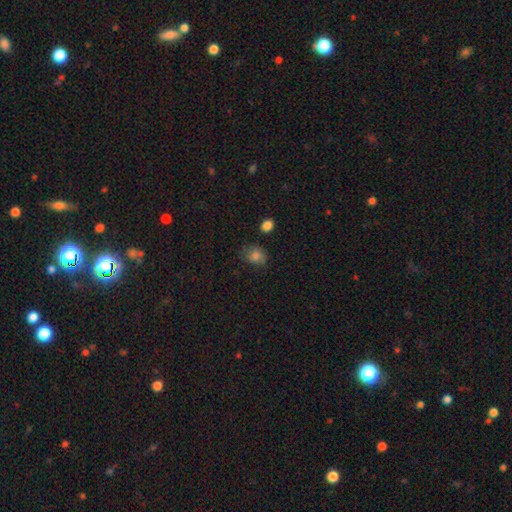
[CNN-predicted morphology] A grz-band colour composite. It shows a smooth galaxy with no disk features (77%) that is round (52%). Merging: none (62%).